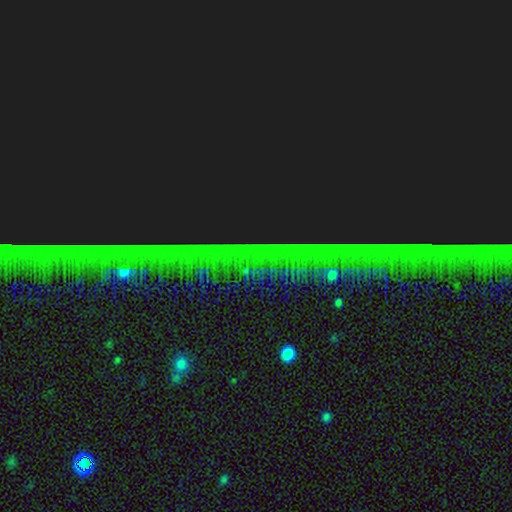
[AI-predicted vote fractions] Overall: star or artifact (87%).